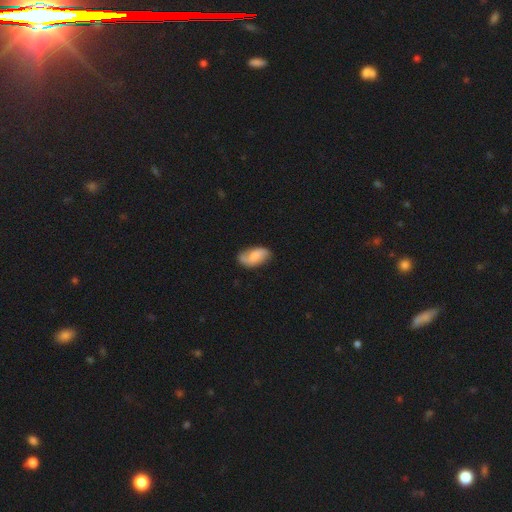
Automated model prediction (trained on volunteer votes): Smooth or featured: smooth — 50% (featured or disk — 42%)
How rounded: in between — 93% (round — 4%)
Merging: none — 66% (minor disturbance — 25%)